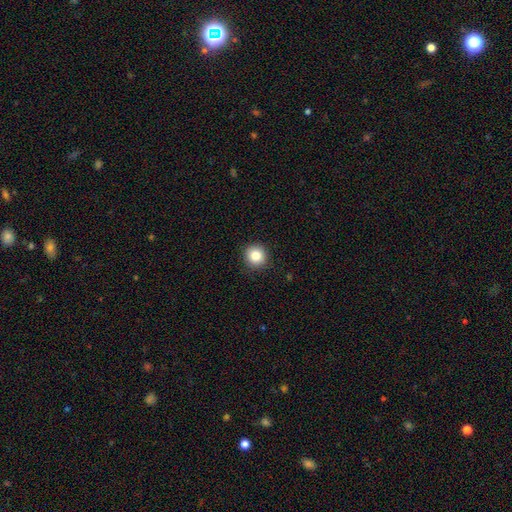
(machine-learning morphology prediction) A smooth galaxy with no disk features (83%) that is round (93%). Merging: none (91%).